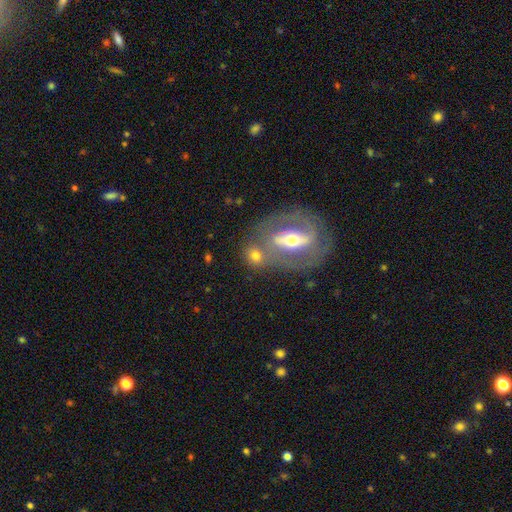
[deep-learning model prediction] smooth_or_featured: smooth (p=0.51) [alt: featured or disk p=0.40]
how_rounded: round (p=0.60) [alt: in between p=0.34]
merging: none (p=0.56) [alt: merger p=0.28]